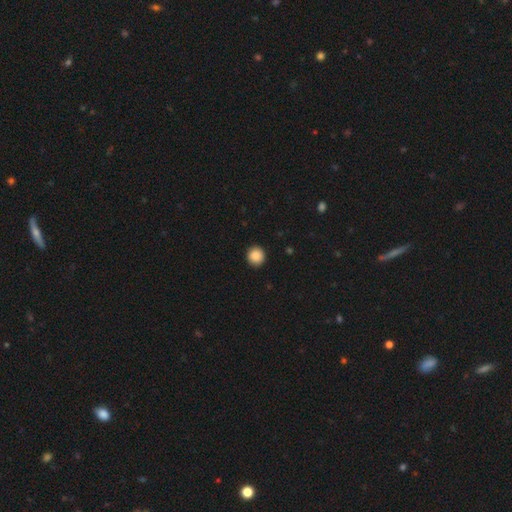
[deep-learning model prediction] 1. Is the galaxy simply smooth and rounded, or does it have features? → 89% smooth, 9% star or artifact, 3% featured or disk.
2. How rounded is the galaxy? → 94% round, 5% in between, 1% cigar-shaped.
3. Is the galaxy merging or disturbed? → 92% none, 5% minor disturbance, 2% major disturbance, 1% merger.